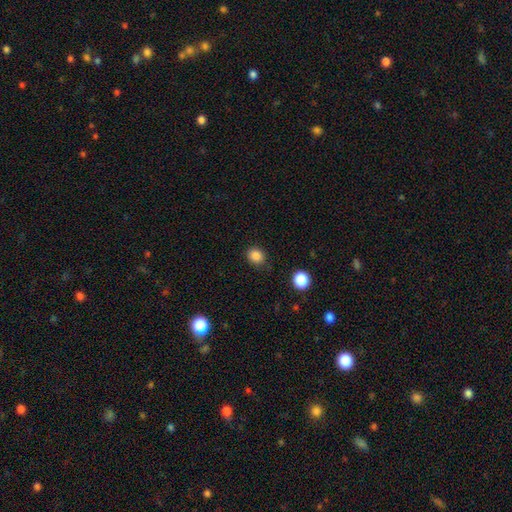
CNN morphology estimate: smooth 85%, star or artifact 11%, featured or disk 3%. Down the decision tree: how rounded — round (72%); merging — none (84%).